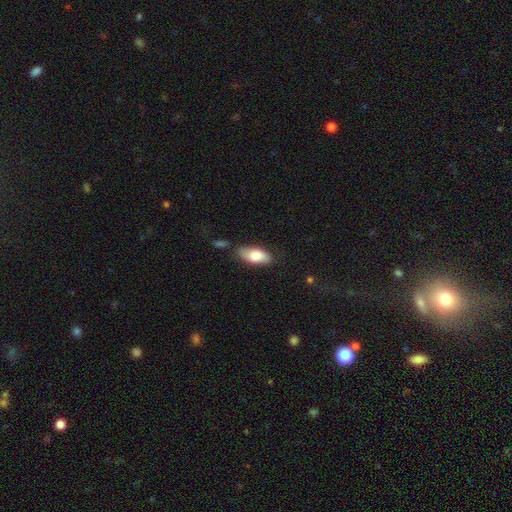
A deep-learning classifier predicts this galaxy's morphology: Smooth or featured? smooth (81%)
How rounded? in between (87%)
Merging? none (67%)